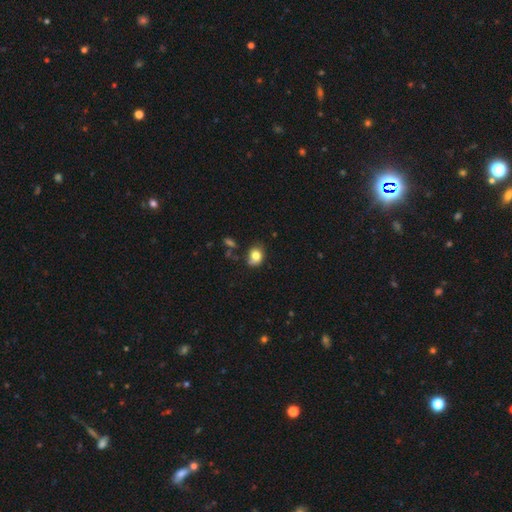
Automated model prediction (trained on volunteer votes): Overall: smooth (79%). How rounded: round (56%; in between 43%). Merging: none (61%; minor disturbance 24%).